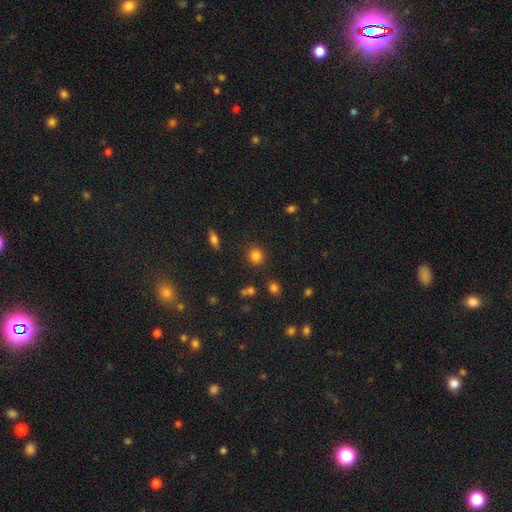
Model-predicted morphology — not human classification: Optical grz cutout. It shows a smooth galaxy with no disk features (83%) that is round (86%). Merging: none (86%).